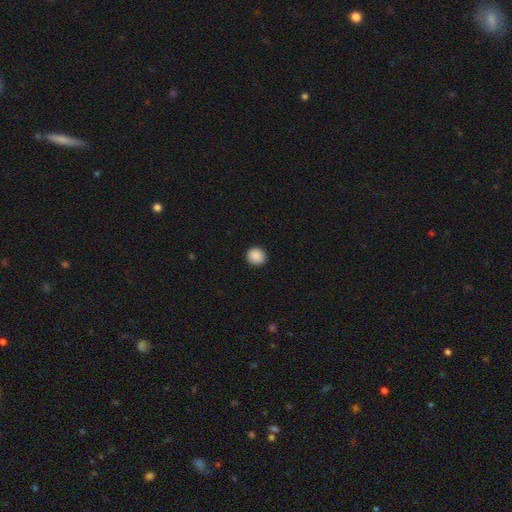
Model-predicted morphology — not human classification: Q: Smooth or featured?
A: smooth (89%); runner-up: star or artifact (8%)
Q: How rounded?
A: round (92%); runner-up: in between (7%)
Q: Merging?
A: none (92%); runner-up: minor disturbance (5%)